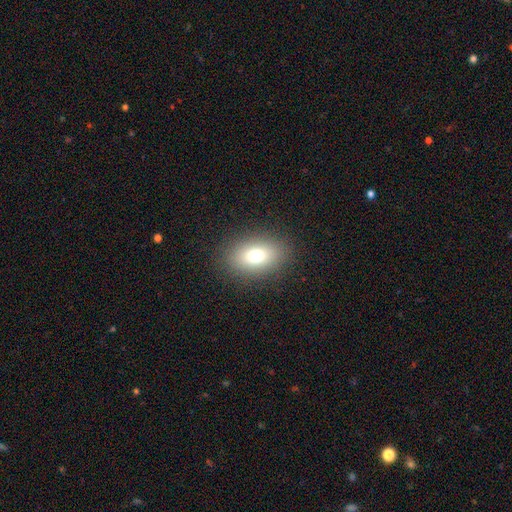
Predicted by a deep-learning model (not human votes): Q: Smooth or featured?
A: smooth (76%); runner-up: featured or disk (13%)
Q: How rounded?
A: in between (80%); runner-up: round (19%)
Q: Merging?
A: none (87%); runner-up: minor disturbance (8%)